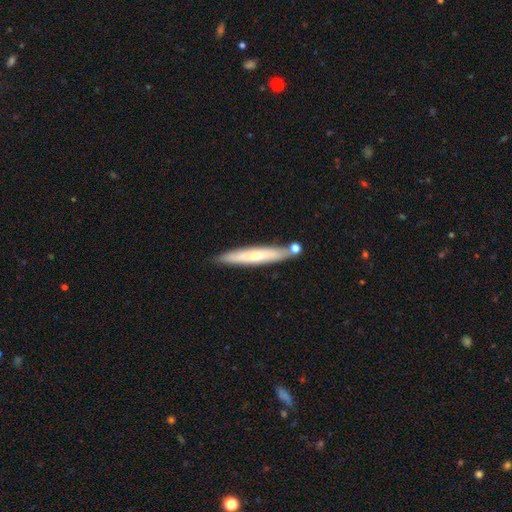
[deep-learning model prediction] smooth-or-featured: smooth: 52% | featured or disk: 42% | star or artifact: 5%
  how-rounded: cigar-shaped: 92% | in between: 7% | round: 1%
  merging: none: 75% | minor disturbance: 12% | merger: 10% | major disturbance: 2%